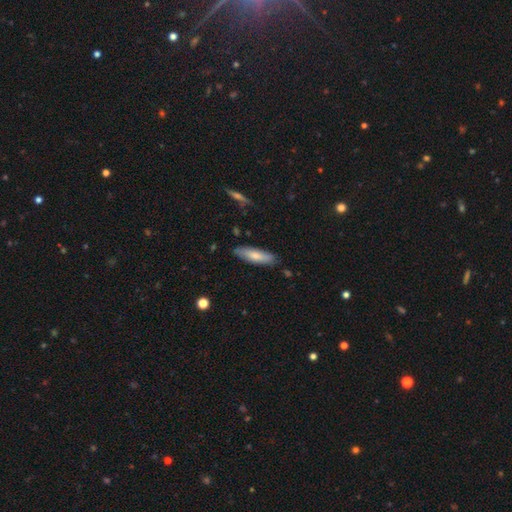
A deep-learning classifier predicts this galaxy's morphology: smooth-or-featured: smooth: 74% | featured or disk: 20% | star or artifact: 5%
  how-rounded: cigar-shaped: 56% | in between: 42% | round: 1%
  merging: none: 83% | minor disturbance: 13% | major disturbance: 2% | merger: 2%